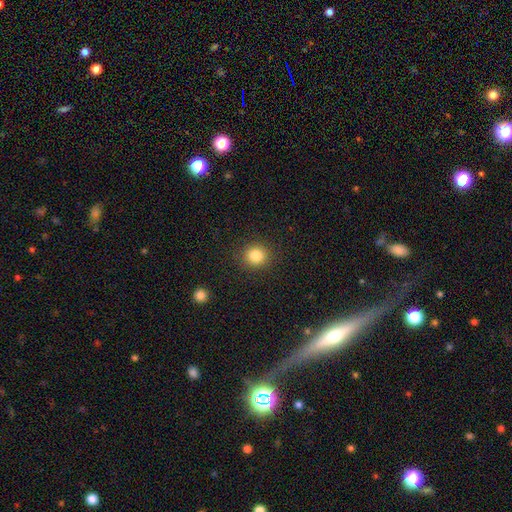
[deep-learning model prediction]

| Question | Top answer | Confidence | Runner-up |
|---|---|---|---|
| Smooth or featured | smooth | 84% | star or artifact (11%) |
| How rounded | round | 87% | in between (12%) |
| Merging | none | 90% | minor disturbance (7%) |